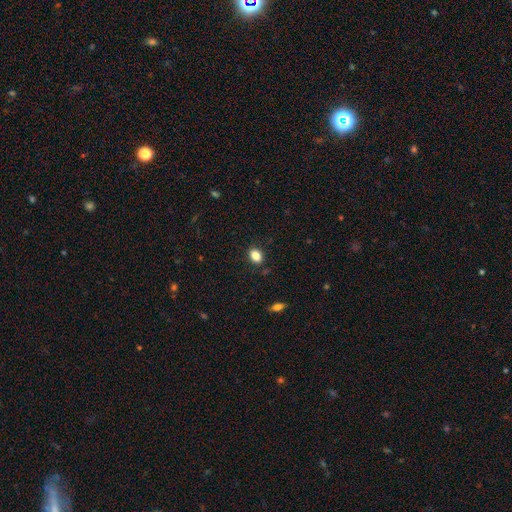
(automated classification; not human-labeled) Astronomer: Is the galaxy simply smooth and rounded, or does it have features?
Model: smooth — 85%.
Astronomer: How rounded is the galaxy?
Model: in between — 74%.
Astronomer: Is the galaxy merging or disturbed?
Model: none — 86%.